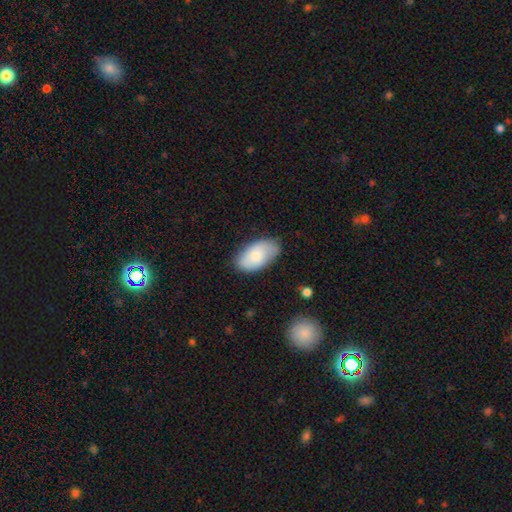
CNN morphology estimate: This is likely a smooth galaxy (79%). How rounded: clearly in between (95%). Merging: likely none (77%).